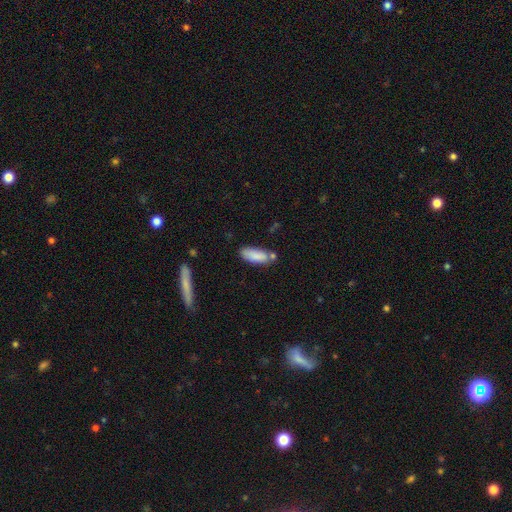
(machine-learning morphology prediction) Smooth or featured? smooth (84%)
How rounded? in between (72%)
Merging? none (60%)